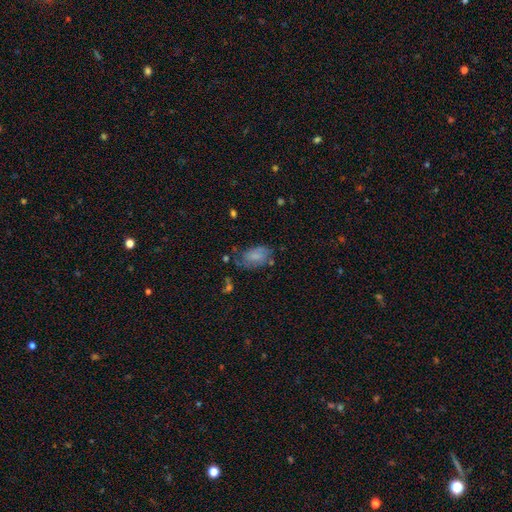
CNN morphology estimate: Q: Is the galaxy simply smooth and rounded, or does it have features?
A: smooth — 65%.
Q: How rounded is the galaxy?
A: in between — 91%.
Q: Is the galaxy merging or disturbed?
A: none — 48%.